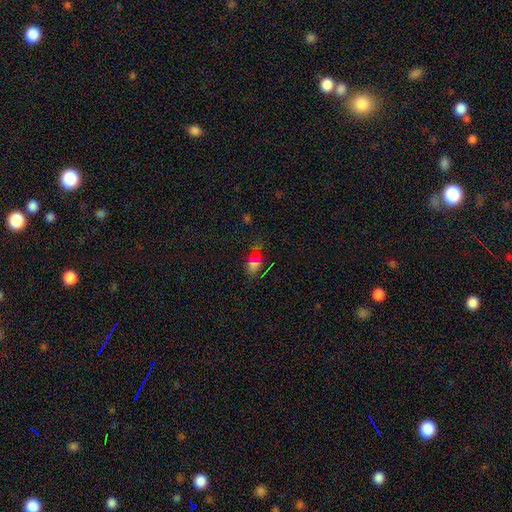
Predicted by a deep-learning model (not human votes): This appears to be a smooth galaxy with no disk features (56%) that is in between round and cigar-shaped (80%). Merging: none (70%).